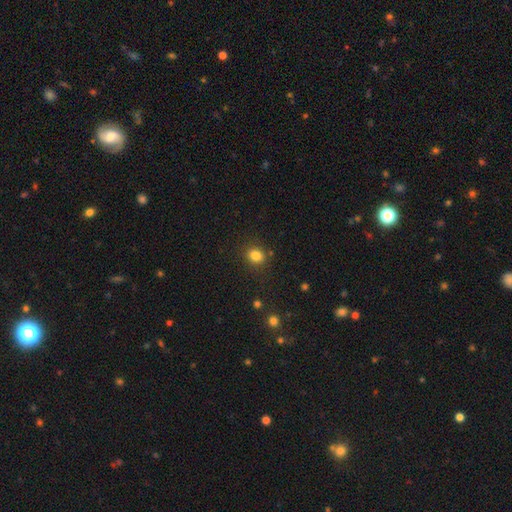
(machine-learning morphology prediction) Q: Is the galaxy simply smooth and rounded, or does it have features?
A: smooth — 83%.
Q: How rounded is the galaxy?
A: round — 71%.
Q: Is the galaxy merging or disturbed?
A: none — 85%.